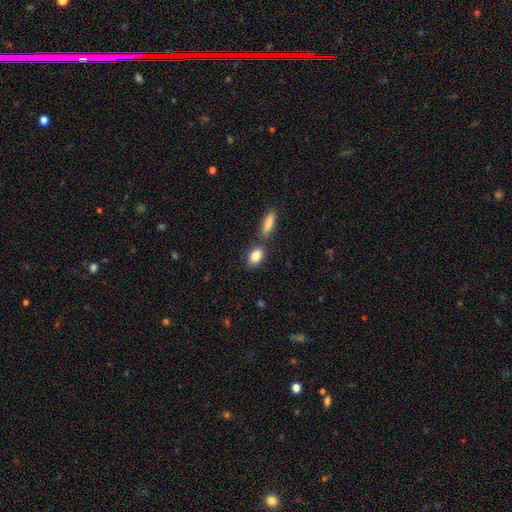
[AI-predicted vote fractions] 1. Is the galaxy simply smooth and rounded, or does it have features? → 85% smooth, 7% featured or disk, 7% star or artifact.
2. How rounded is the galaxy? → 81% in between, 15% round, 4% cigar-shaped.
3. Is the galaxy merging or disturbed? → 69% none, 17% merger, 11% minor disturbance, 3% major disturbance.